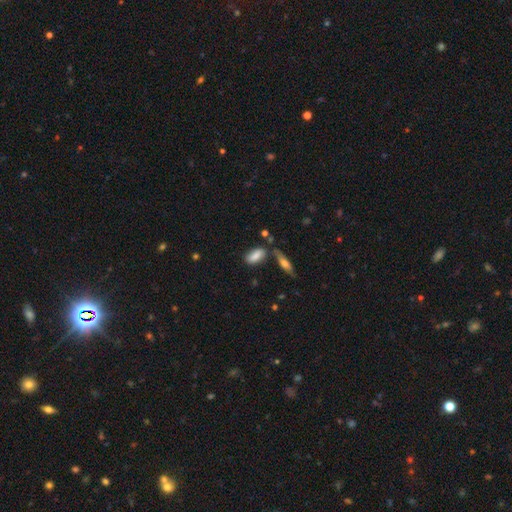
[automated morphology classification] Q: Smooth or featured?
A: smooth (80%); runner-up: featured or disk (12%)
Q: How rounded?
A: in between (81%); runner-up: cigar-shaped (15%)
Q: Merging?
A: none (59%); runner-up: minor disturbance (20%)